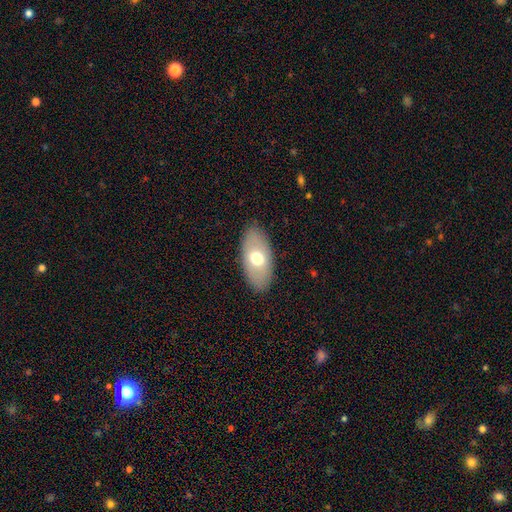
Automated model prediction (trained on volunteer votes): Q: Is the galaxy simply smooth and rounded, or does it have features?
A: smooth — 59%.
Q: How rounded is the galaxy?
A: in between — 92%.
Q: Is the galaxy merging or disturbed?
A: none — 88%.